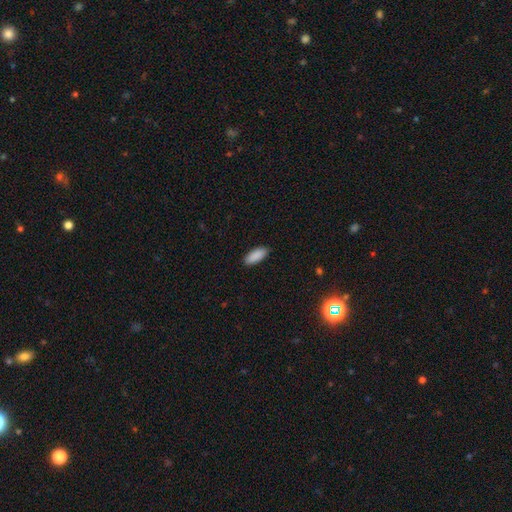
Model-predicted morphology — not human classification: type=smooth (90%); roundness=in between (80%); merging=none (90%).